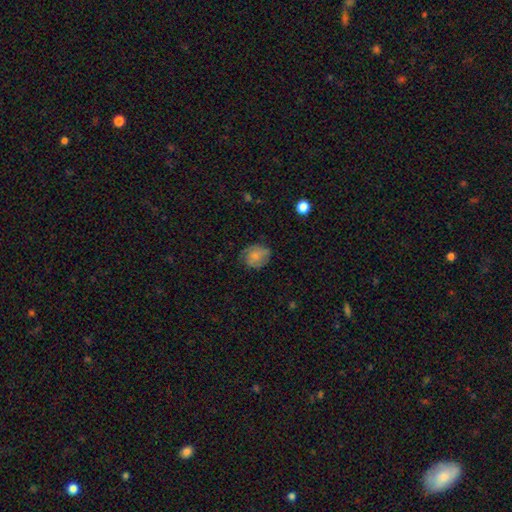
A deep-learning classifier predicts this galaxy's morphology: The model was most divided on "how rounded": round: 64%, in between: 35%, cigar-shaped: 1%. More confident: smooth or featured — smooth (66%); merging — none (63%).